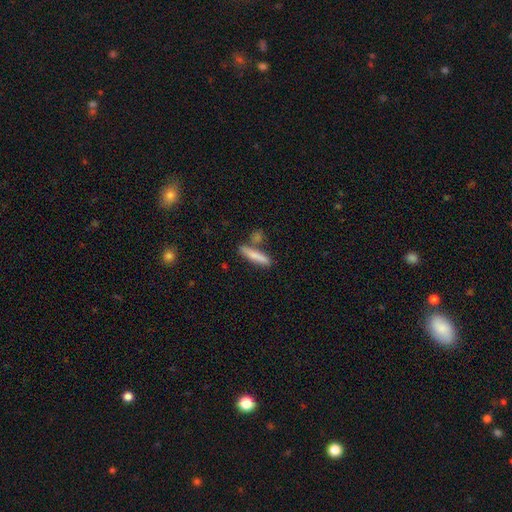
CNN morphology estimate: Smooth or featured? smooth (78%)
How rounded? cigar-shaped (86%)
Merging? none (72%)